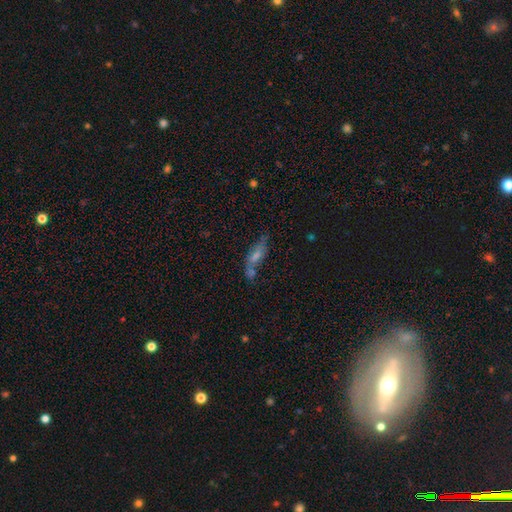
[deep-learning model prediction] A featured or disk galaxy (46%). Merging: none (52%).